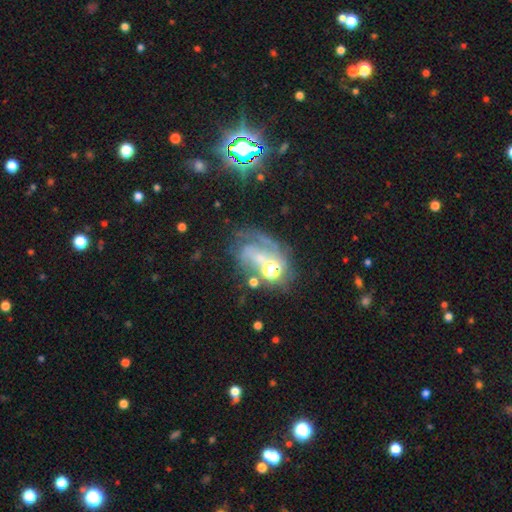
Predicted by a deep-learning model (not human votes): smooth-or-featured: featured or disk: 51% | star or artifact: 29% | smooth: 20%
  disk-edge-on: no: 97% | yes: 3%
  merging: none: 40% | major disturbance: 30% | minor disturbance: 19% | merger: 11%